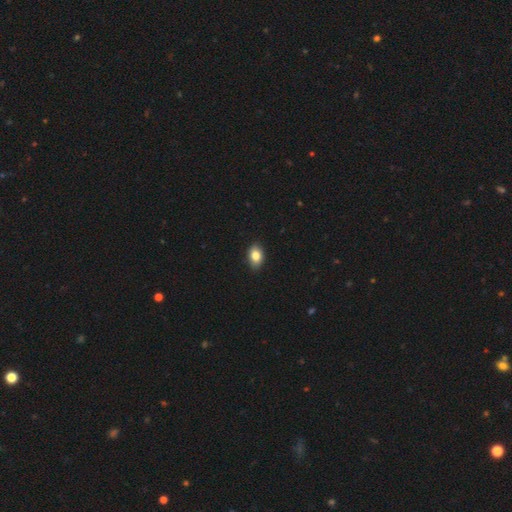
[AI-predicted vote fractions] Smooth or featured? smooth (84%)
How rounded? in between (82%)
Merging? none (86%)